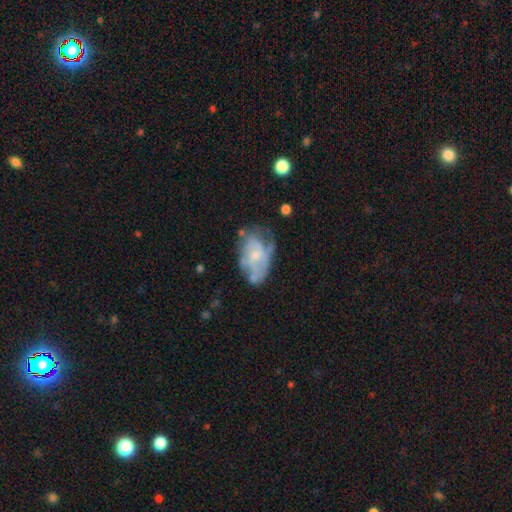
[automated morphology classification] Smooth or featured?
  - featured or disk: 63% *
  - smooth: 30%
  - star or artifact: 7%
Edge-on disk?
  - no: 96% *
  - yes: 4%
Bar?
  - no: 79% *
  - weak: 18%
  - strong: 3%
Spiral arms?
  - yes: 52% *
  - no: 48%
Bulge size?
  - small: 53% *
  - moderate: 34%
  - none: 9%
  - large: 3%
  - dominant: 1%
Merging?
  - none: 44% *
  - minor disturbance: 31%
  - major disturbance: 19%
  - merger: 6%